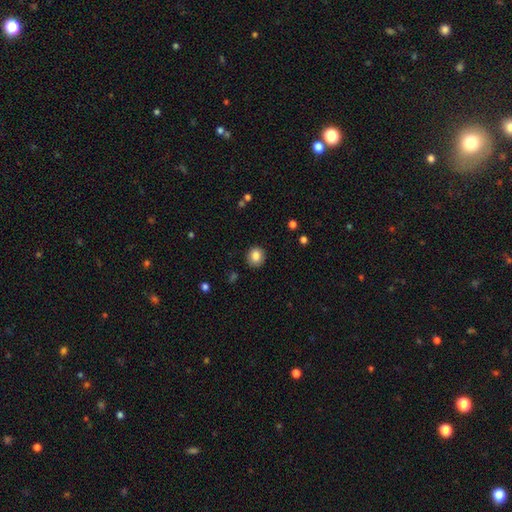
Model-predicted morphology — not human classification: This appears to be a smooth galaxy with no disk features (85%) that is round (79%). Merging: none (88%).